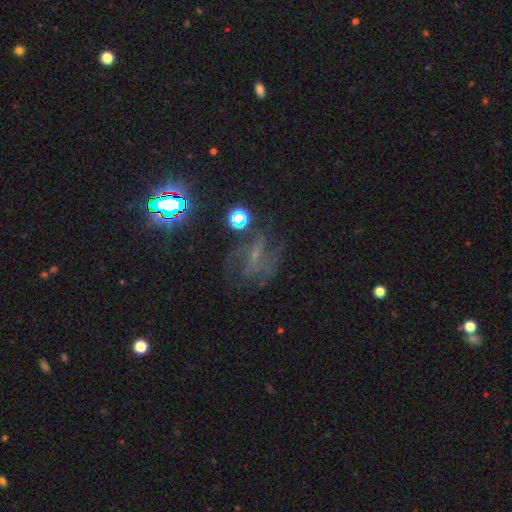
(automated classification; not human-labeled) This is possibly a featured or disk galaxy (53%). It is clearly not viewed edge-on (94%). Merging: possibly none (54%).